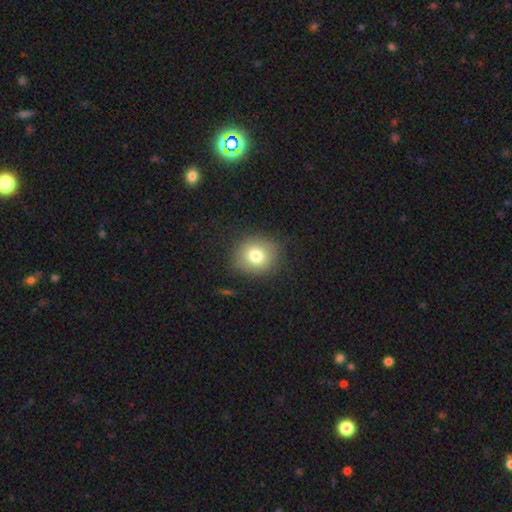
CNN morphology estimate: Smooth or featured: smooth — 78% (star or artifact — 11%)
How rounded: round — 81% (in between — 18%)
Merging: none — 85% (minor disturbance — 10%)